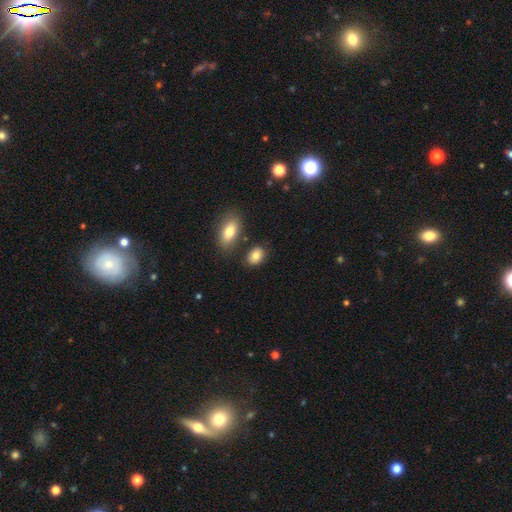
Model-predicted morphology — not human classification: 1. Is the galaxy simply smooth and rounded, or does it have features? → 83% smooth, 9% featured or disk, 8% star or artifact.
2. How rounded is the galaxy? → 81% in between, 17% round, 2% cigar-shaped.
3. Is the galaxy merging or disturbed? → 75% none, 13% minor disturbance, 9% merger, 3% major disturbance.